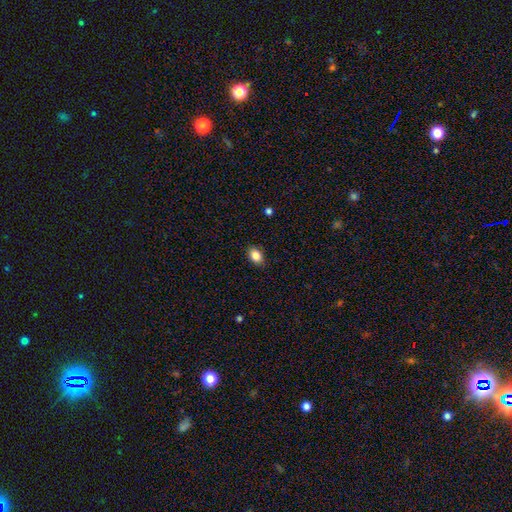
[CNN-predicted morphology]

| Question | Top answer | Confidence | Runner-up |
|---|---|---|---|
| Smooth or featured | smooth | 85% | star or artifact (9%) |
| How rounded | in between | 76% | round (23%) |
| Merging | none | 88% | minor disturbance (9%) |